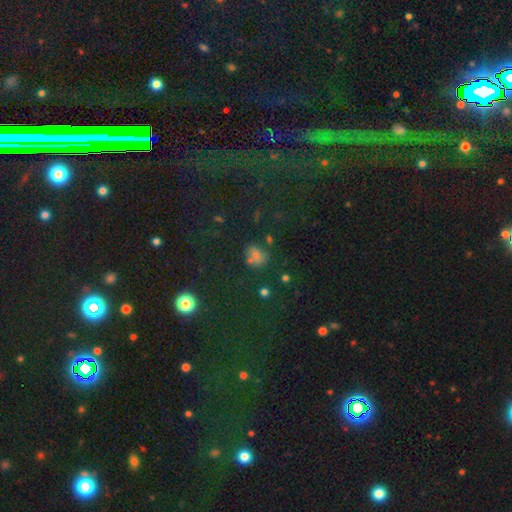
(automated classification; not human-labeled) Smooth or featured?
  - smooth: 50% *
  - star or artifact: 37%
  - featured or disk: 13%
How rounded?
  - round: 50% *
  - in between: 47%
  - cigar-shaped: 3%
Merging?
  - none: 61% *
  - minor disturbance: 16%
  - merger: 16%
  - major disturbance: 7%